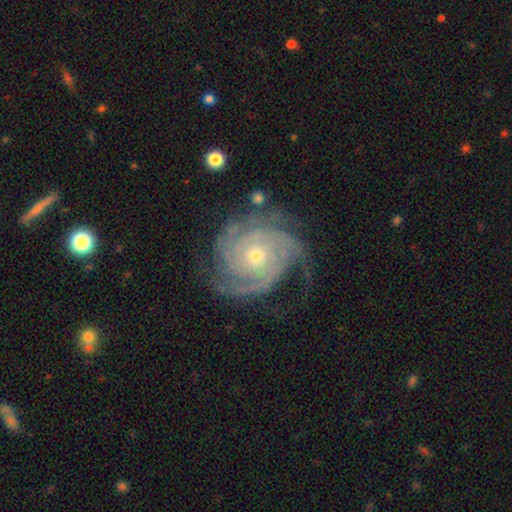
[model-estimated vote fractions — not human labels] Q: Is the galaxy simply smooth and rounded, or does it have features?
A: featured or disk — 92%.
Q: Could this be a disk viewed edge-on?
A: no — 98%.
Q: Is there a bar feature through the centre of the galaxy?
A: no — 79%.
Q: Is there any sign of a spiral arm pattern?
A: yes — 98%.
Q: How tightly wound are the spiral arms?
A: tight — 74%.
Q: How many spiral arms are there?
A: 3 — 39%.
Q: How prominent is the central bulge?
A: small — 62%.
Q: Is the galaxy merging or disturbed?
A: none — 73%.